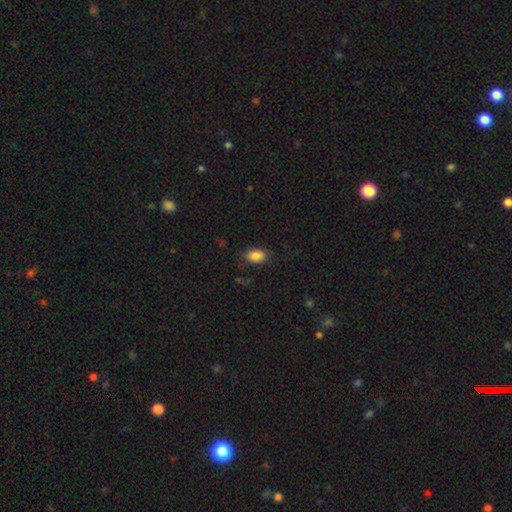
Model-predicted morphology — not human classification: smooth 86%, star or artifact 8%, featured or disk 5%. Down the decision tree: how rounded — in between (88%); merging — none (77%).